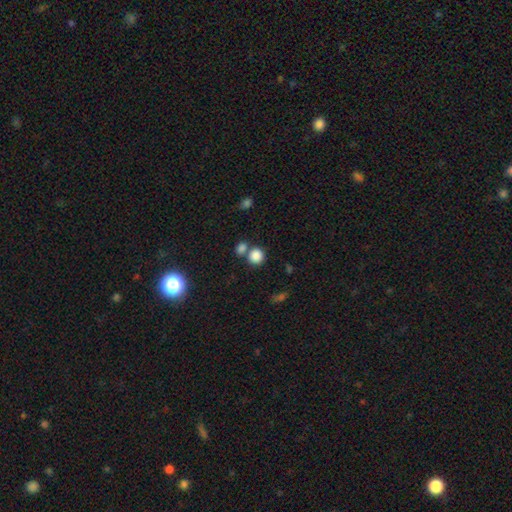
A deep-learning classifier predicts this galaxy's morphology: A smooth galaxy with no disk features (84%) that is round (84%). Merging: none (57%).